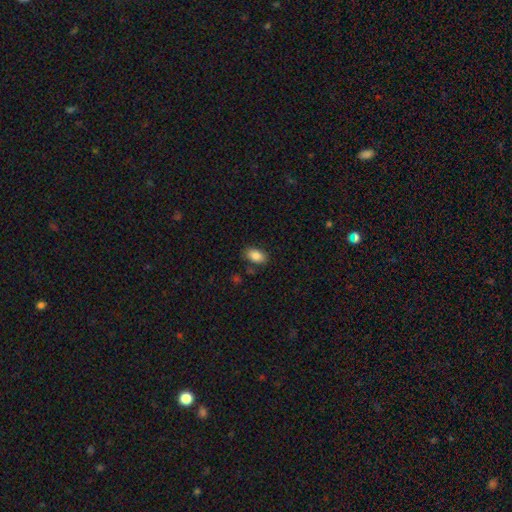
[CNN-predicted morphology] smooth-or-featured: smooth: 86% | star or artifact: 8% | featured or disk: 6%
  how-rounded: in between: 91% | round: 7% | cigar-shaped: 2%
  merging: none: 83% | minor disturbance: 11% | merger: 3% | major disturbance: 3%